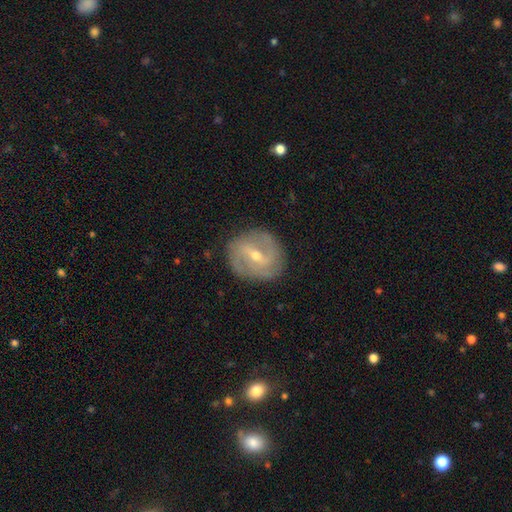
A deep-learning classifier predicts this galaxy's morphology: Q: Smooth or featured?
A: featured or disk (80%); runner-up: smooth (14%)
Q: Edge-on disk?
A: no (96%); runner-up: yes (4%)
Q: Bar?
A: weak (47%); runner-up: strong (36%)
Q: Spiral arms?
A: yes (88%); runner-up: no (12%)
Q: Spiral winding?
A: medium (44%); runner-up: tight (34%)
Q: Spiral arm count?
A: 2 (65%); runner-up: can't tell (16%)
Q: Bulge size?
A: small (52%); runner-up: moderate (46%)
Q: Merging?
A: none (83%); runner-up: minor disturbance (12%)